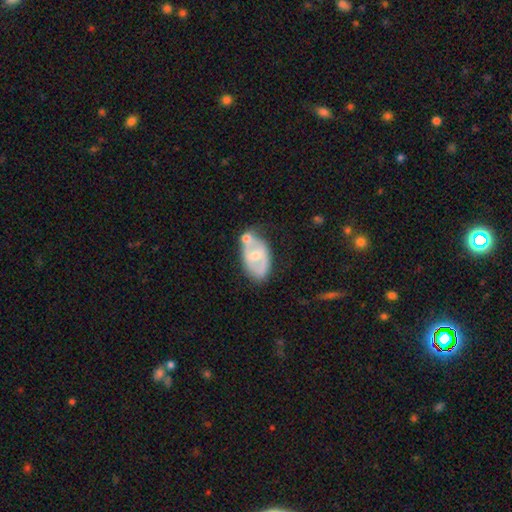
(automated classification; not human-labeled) smooth-or-featured: featured or disk: 61% | smooth: 33% | star or artifact: 6%
  disk-edge-on: no: 94% | yes: 6%
    bar: no: 46% | weak: 38% | strong: 16%
    has-spiral-arms: yes: 50% (tied) | no: 50% (tied)
    bulge-size: moderate: 51% | small: 44% | large: 2% | none: 2% | dominant: 1%
  merging: none: 44% | merger: 24% | minor disturbance: 23% | major disturbance: 9%